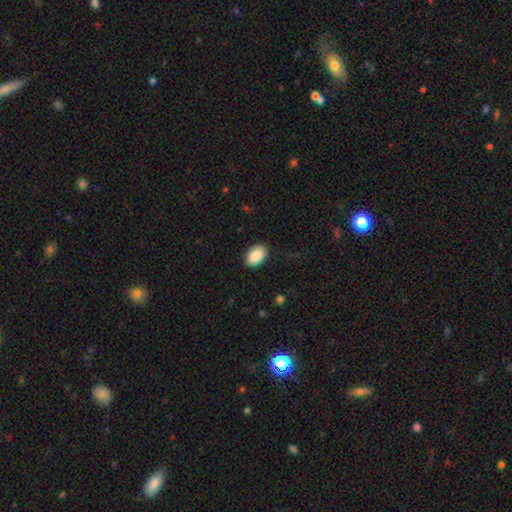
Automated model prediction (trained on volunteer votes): Smooth or featured? smooth (90%)
How rounded? in between (91%)
Merging? none (88%)